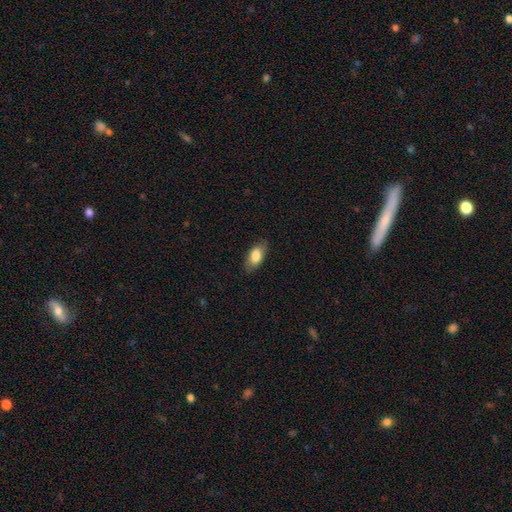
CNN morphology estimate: Smooth or featured?
  - smooth: 79% *
  - featured or disk: 15%
  - star or artifact: 6%
How rounded?
  - in between: 88% *
  - cigar-shaped: 8%
  - round: 4%
Merging?
  - none: 81% *
  - minor disturbance: 15%
  - major disturbance: 4%
  - merger: 1%